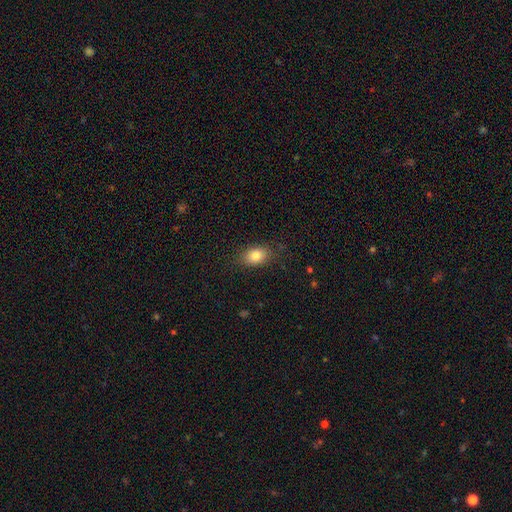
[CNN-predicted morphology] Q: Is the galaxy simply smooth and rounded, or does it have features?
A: smooth — 83%.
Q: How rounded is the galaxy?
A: in between — 78%.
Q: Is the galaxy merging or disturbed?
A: none — 82%.